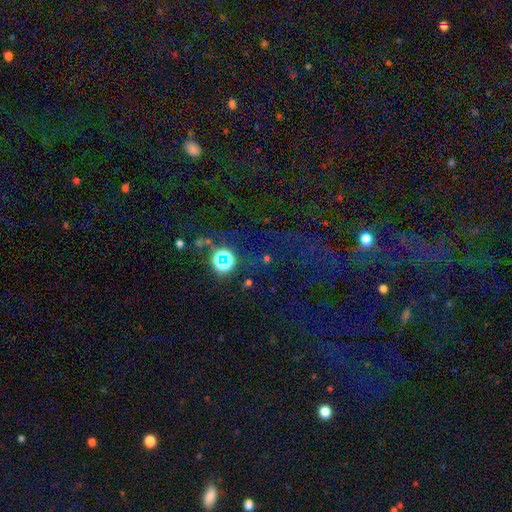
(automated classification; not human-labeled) Smooth or featured: star or artifact — 75% (smooth — 17%)